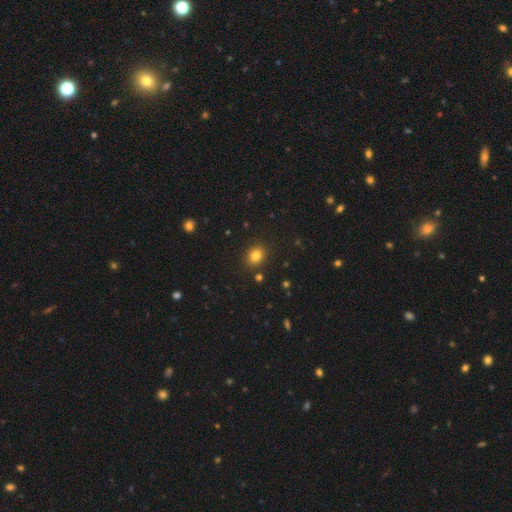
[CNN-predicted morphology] smooth_or_featured: smooth (p=0.82) [alt: star or artifact p=0.12]
how_rounded: round (p=0.57) [alt: in between p=0.42]
merging: none (p=0.87) [alt: minor disturbance p=0.08]